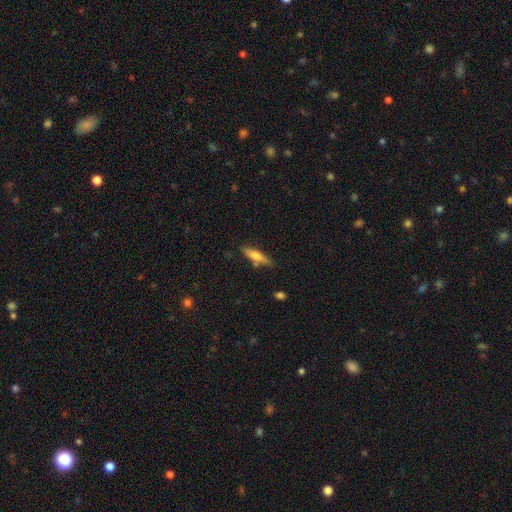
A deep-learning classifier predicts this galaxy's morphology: A smooth galaxy with no disk features (60%) that is cigar-shaped (71%). Merging: none (75%).